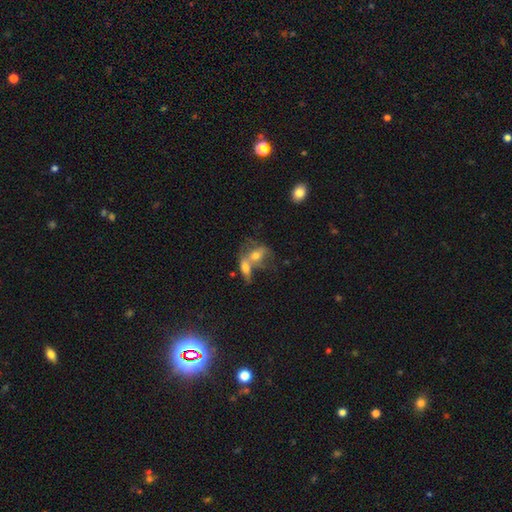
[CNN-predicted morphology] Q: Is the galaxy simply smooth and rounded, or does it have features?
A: smooth — 45%, tied with featured or disk.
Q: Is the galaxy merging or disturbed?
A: merger — 64%.